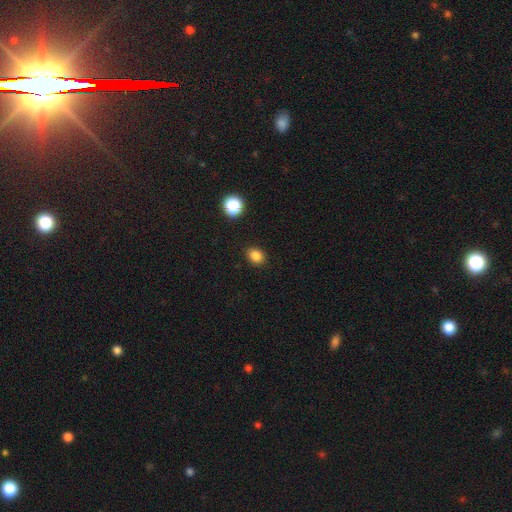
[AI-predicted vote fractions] smooth-or-featured: smooth: 84% | star or artifact: 12% | featured or disk: 4%
  how-rounded: in between: 50% | round: 49% | cigar-shaped: 1%
  merging: none: 89% | minor disturbance: 8% | major disturbance: 2% | merger: 1%